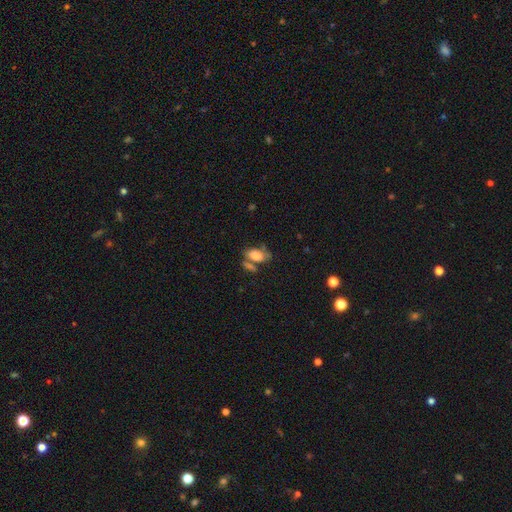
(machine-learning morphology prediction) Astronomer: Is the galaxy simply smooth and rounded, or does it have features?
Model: smooth — 72%.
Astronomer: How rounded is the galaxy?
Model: in between — 86%.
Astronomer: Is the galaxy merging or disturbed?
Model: none — 42% (runner-up: merger, 29%).